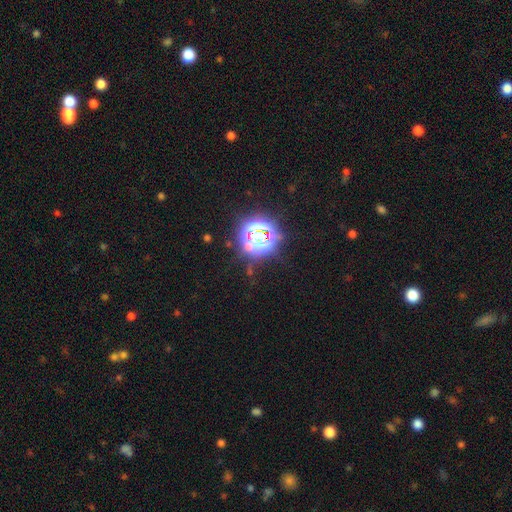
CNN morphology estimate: smooth-or-featured: star or artifact: 82% | smooth: 13% | featured or disk: 5%